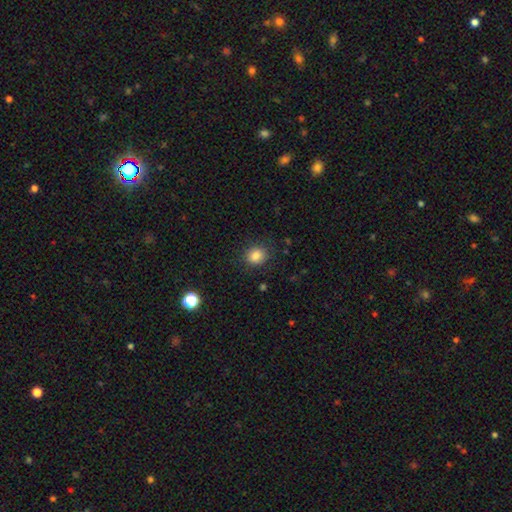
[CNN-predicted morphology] Smooth or featured? smooth (83%)
How rounded? round (75%)
Merging? none (85%)